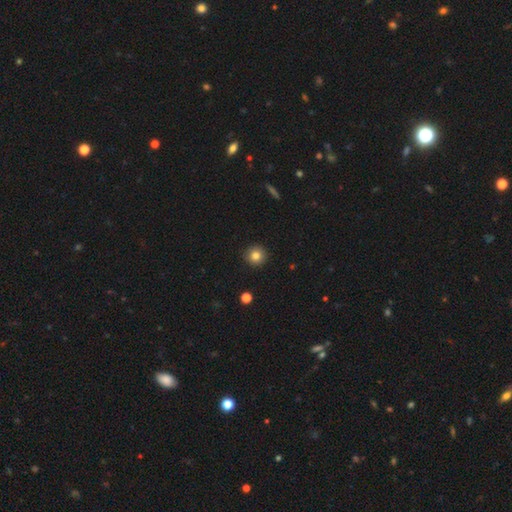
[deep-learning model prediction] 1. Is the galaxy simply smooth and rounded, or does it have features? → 82% smooth, 11% star or artifact, 7% featured or disk.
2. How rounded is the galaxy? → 95% round, 4% in between, 1% cigar-shaped.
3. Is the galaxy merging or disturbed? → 92% none, 5% minor disturbance, 2% major disturbance, 1% merger.